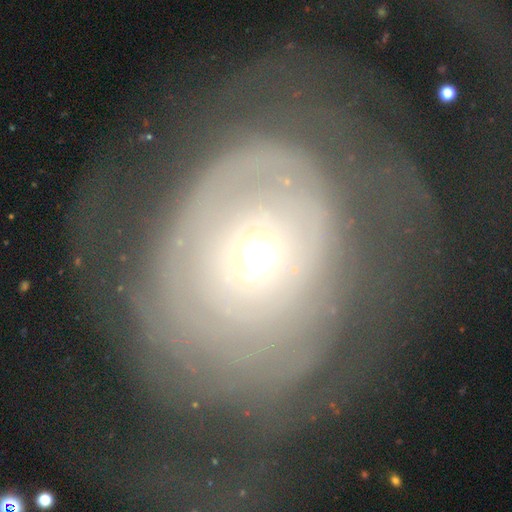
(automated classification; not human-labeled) Overall: featured or disk (69%). Edge-on disk: no (96%). Bar: no (88%). Spiral arms: yes (52%; no 48%). Bulge size: moderate (46%, tied with small). Merging: major disturbance (43%; none 38%).